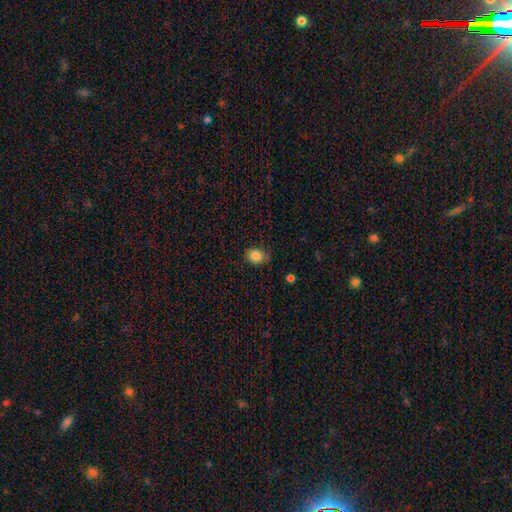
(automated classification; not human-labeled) smooth 85%, star or artifact 10%, featured or disk 6%. Down the decision tree: how rounded — in between (62%); merging — none (75%).